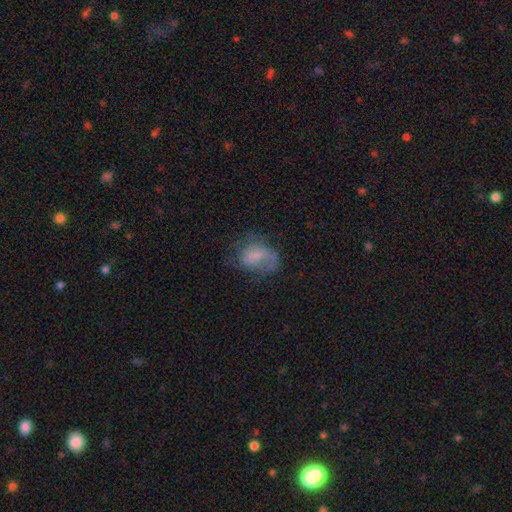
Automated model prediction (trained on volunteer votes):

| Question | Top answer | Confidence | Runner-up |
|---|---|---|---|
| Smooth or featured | featured or disk | 46% | smooth (44%) |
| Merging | none | 38% | major disturbance (35%) |